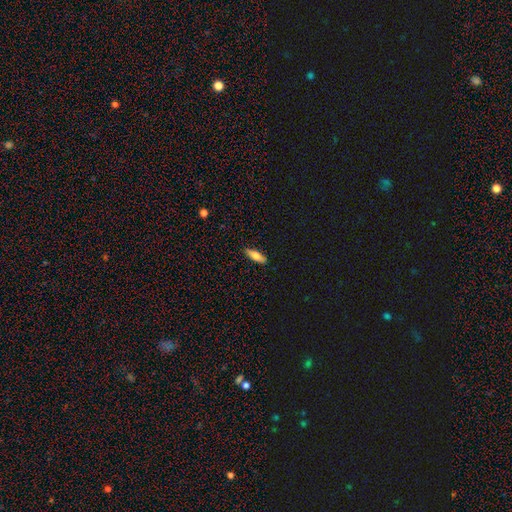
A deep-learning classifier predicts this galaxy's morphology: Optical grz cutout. It shows a smooth galaxy with no disk features (73%) that is in between round and cigar-shaped (51%). Merging: none (87%).